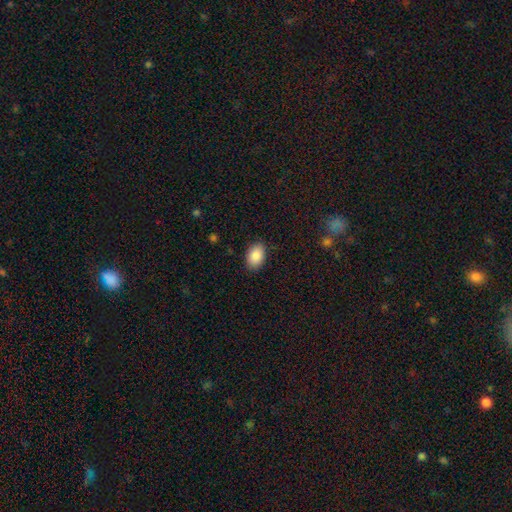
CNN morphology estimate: Overall: smooth (88%). How rounded: in between (88%). Merging: none (87%).